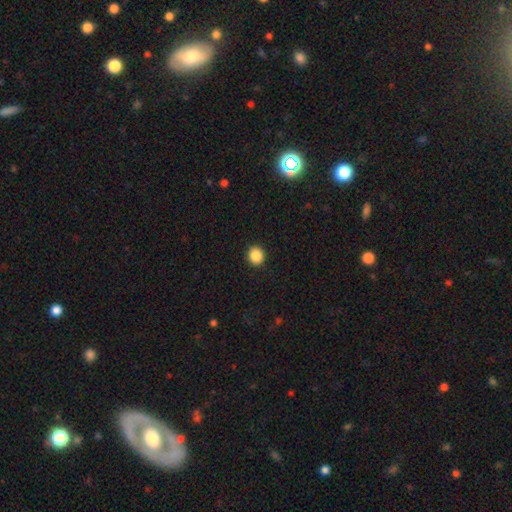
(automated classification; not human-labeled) Smooth or featured?
  - smooth: 87% *
  - star or artifact: 9%
  - featured or disk: 3%
How rounded?
  - round: 87% *
  - in between: 12%
  - cigar-shaped: 1%
Merging?
  - none: 92% *
  - minor disturbance: 5%
  - major disturbance: 2%
  - merger: 1%